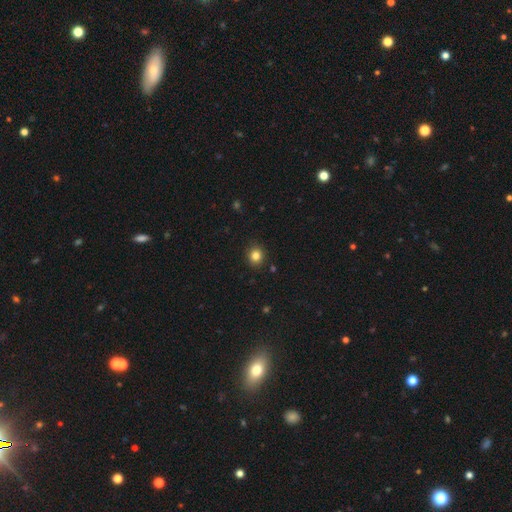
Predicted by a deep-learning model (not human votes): This is clearly a smooth galaxy (83%). How rounded: clearly round (83%). Merging: clearly none (89%).